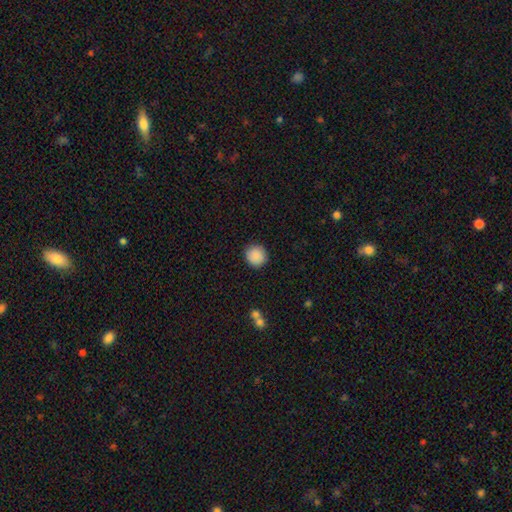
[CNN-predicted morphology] Smooth or featured?
  - smooth: 89% *
  - star or artifact: 7%
  - featured or disk: 3%
How rounded?
  - round: 94% *
  - in between: 6%
  - cigar-shaped: 1%
Merging?
  - none: 91% *
  - minor disturbance: 6%
  - major disturbance: 2%
  - merger: 1%